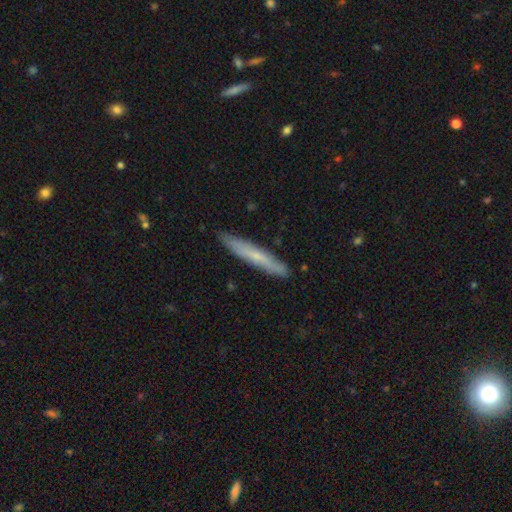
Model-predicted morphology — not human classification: Smooth or featured?
  - smooth: 54% *
  - featured or disk: 40%
  - star or artifact: 6%
How rounded?
  - cigar-shaped: 95% *
  - in between: 4%
  - round: 1%
Merging?
  - none: 87% *
  - minor disturbance: 10%
  - major disturbance: 2%
  - merger: 1%